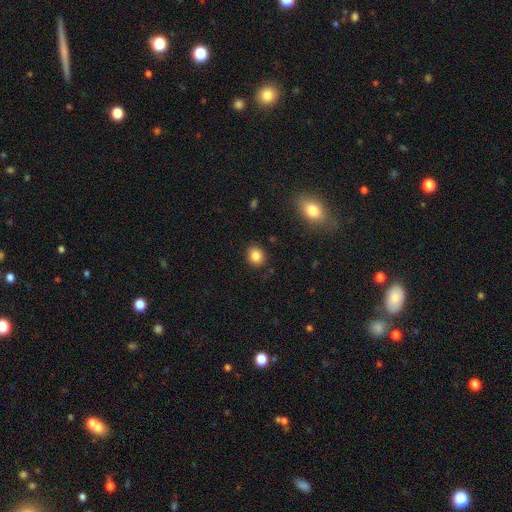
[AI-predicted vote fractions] smooth 85%, star or artifact 10%, featured or disk 6%. Down the decision tree: how rounded — round (68%); merging — none (89%).